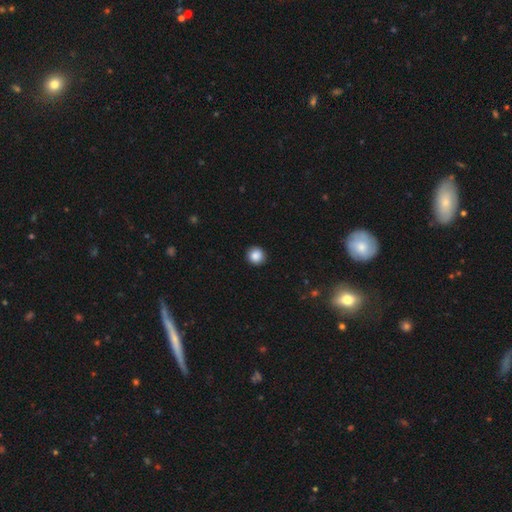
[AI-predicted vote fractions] Morphology: type=smooth (87%); roundness=round (94%); merging=none (92%).